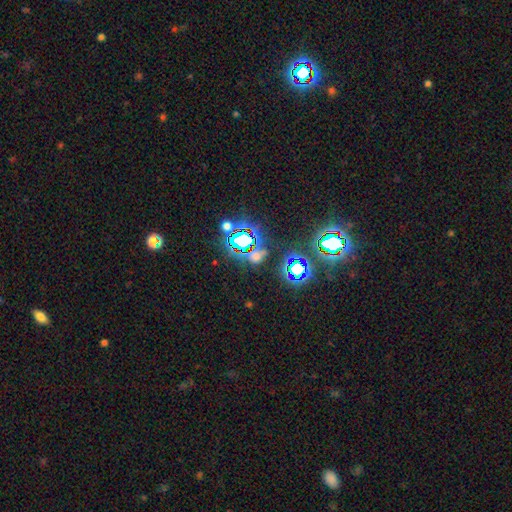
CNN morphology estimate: This is likely a star or artifact rather than a galaxy (66%).